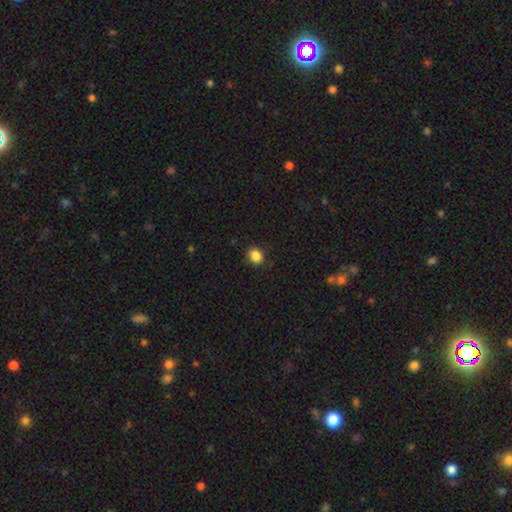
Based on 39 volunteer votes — Smooth or featured? smooth (90%)
How rounded? round (69%)
Merging? none (80%)